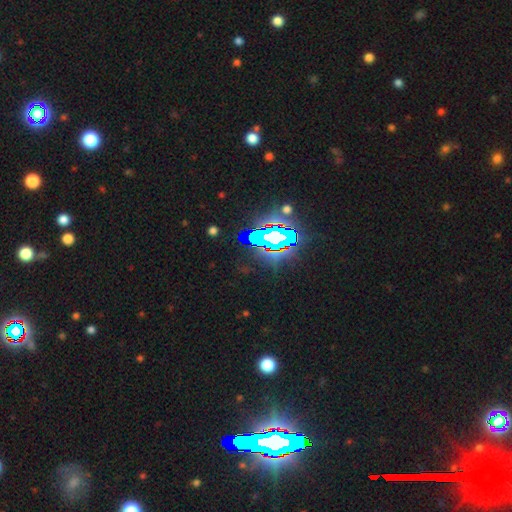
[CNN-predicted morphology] Smooth or featured? Predicted: star or artifact (p=0.80).